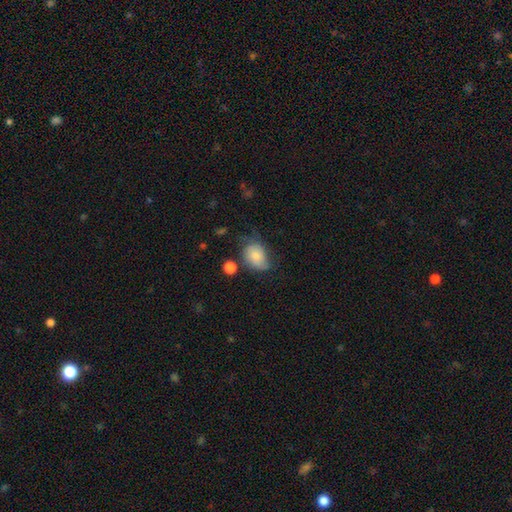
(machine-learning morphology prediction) Smooth or featured: smooth — 72% (featured or disk — 20%)
How rounded: in between — 70% (round — 29%)
Merging: none — 42% (minor disturbance — 36%)